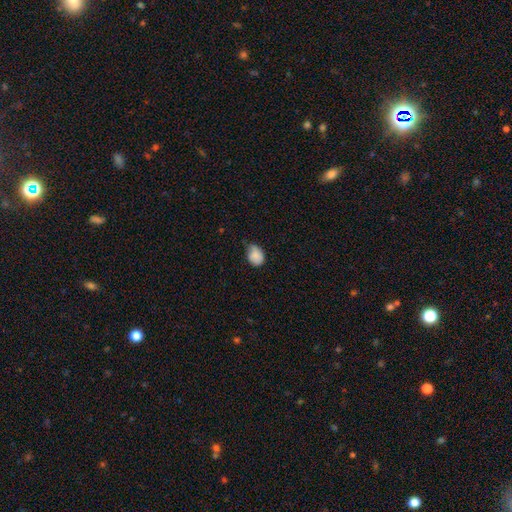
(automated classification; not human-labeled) smooth-or-featured: smooth: 83% | featured or disk: 9% | star or artifact: 8%
  how-rounded: in between: 61% | round: 38% | cigar-shaped: 1%
  merging: minor disturbance: 48% | none: 39% | major disturbance: 11% | merger: 2%